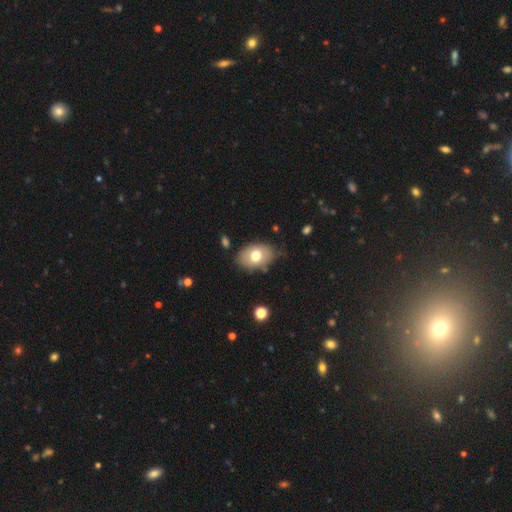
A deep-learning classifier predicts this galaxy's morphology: type=smooth (71%); roundness=in between (82%); merging=none (75%).